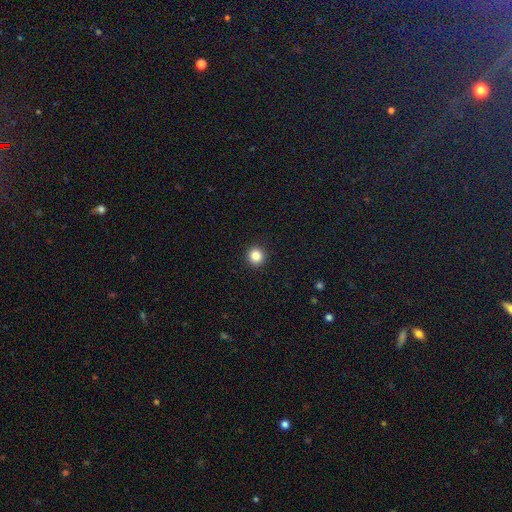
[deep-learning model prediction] smooth_or_featured: smooth (p=0.85) [alt: star or artifact p=0.11]
how_rounded: round (p=0.93) [alt: in between p=0.06]
merging: none (p=0.93) [alt: minor disturbance p=0.04]